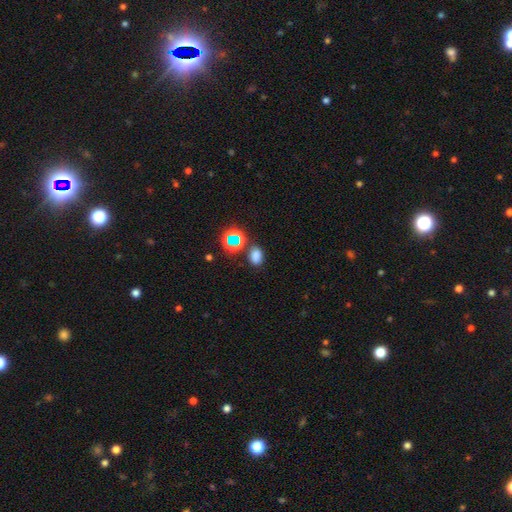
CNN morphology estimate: Smooth or featured: smooth — 74% (star or artifact — 21%)
How rounded: in between — 75% (round — 24%)
Merging: none — 77% (minor disturbance — 12%)